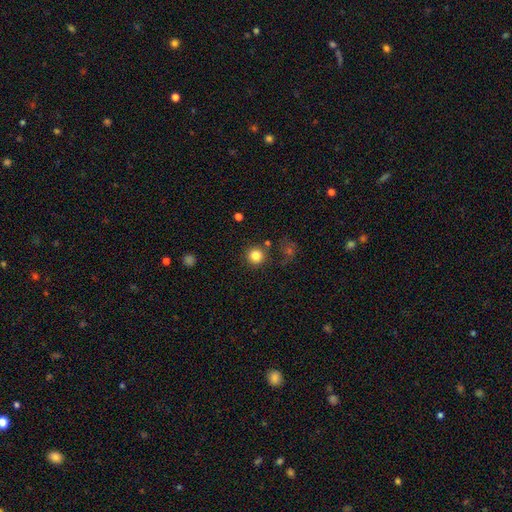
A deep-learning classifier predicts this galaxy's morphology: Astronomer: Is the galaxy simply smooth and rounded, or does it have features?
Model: smooth — 83%.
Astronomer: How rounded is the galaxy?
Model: round — 94%.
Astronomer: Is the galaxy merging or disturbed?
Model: none — 85%.